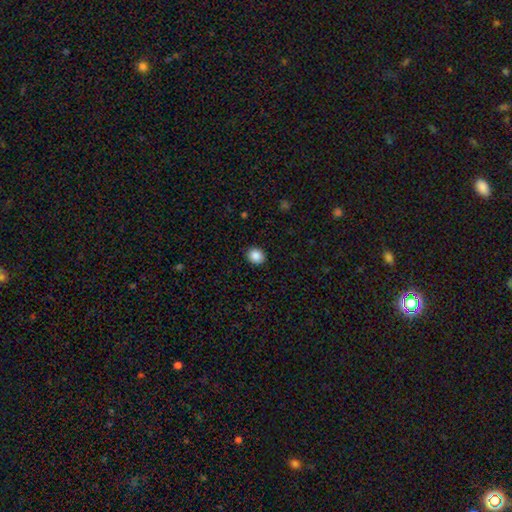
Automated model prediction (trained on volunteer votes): Smooth or featured: smooth — 88% (star or artifact — 9%)
How rounded: round — 70% (in between — 29%)
Merging: none — 91% (minor disturbance — 6%)